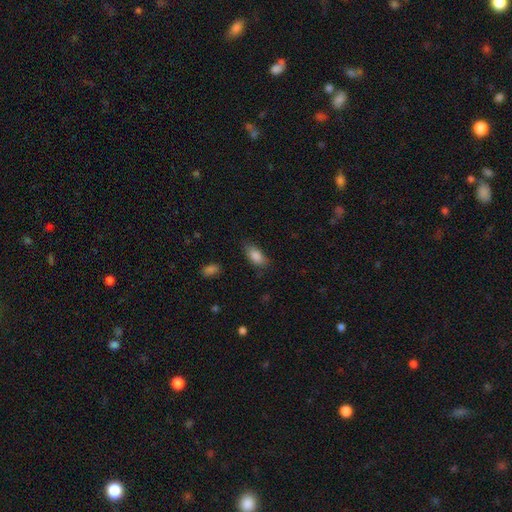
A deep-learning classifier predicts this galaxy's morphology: The model was most divided on "merging": none: 78%, minor disturbance: 17%, major disturbance: 4%, merger: 1%. More confident: how rounded — in between (89%); smooth or featured — smooth (86%).